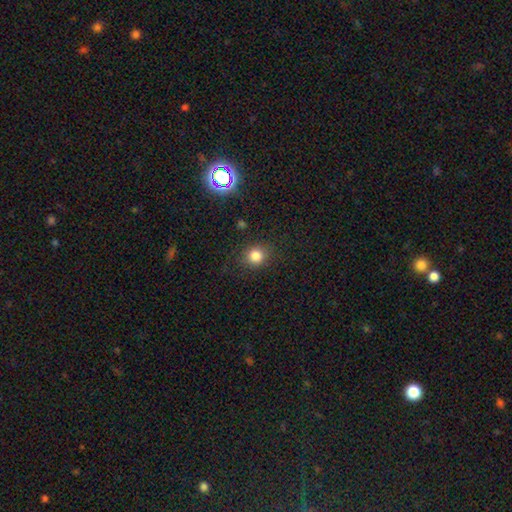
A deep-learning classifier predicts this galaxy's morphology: type=smooth (82%); roundness=round (82%); merging=none (84%).